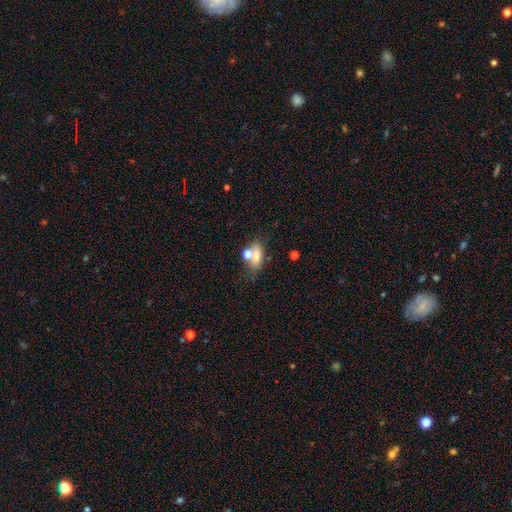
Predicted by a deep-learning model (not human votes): Smooth or featured? Predicted: smooth (p=0.67). How rounded? Predicted: in between (p=0.75). Merging? Predicted: none (p=0.47).